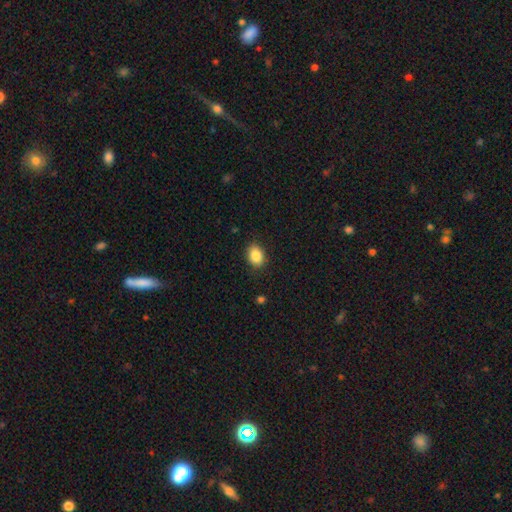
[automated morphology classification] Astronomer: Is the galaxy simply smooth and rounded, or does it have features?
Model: smooth — 87%.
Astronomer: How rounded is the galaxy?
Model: in between — 69%.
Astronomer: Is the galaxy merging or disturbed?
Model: none — 86%.